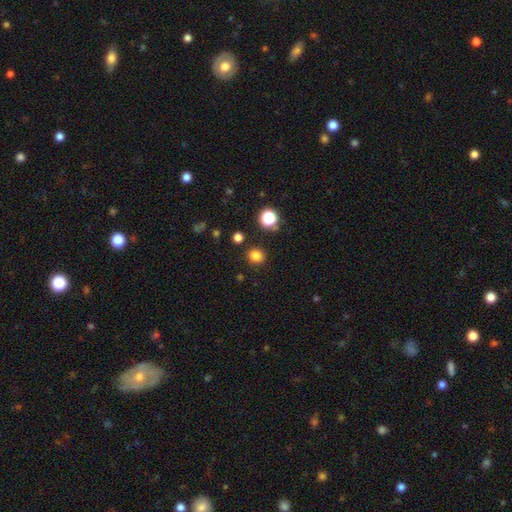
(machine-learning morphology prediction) Smooth or featured? Predicted: smooth (p=0.81). How rounded? Predicted: round (p=0.84). Merging? Predicted: none (p=0.88).